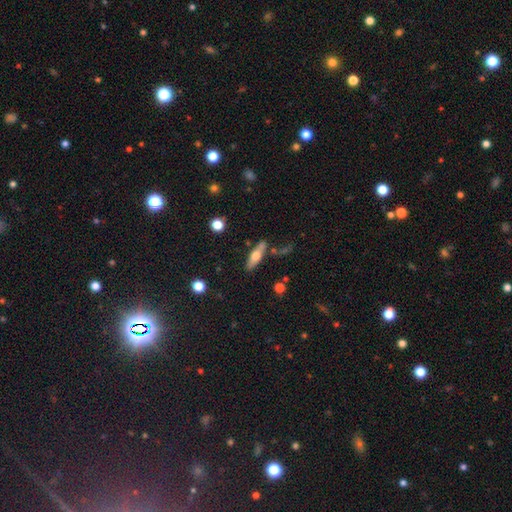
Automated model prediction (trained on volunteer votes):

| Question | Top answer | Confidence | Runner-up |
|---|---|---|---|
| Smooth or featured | smooth | 54% | featured or disk (40%) |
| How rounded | cigar-shaped | 54% | in between (43%) |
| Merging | none | 72% | minor disturbance (15%) |